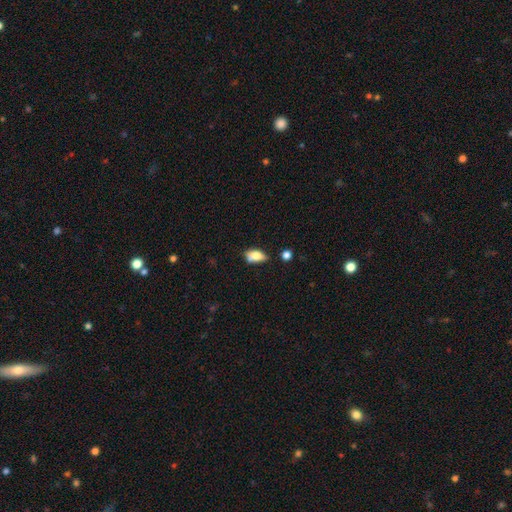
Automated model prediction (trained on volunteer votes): Morphology: type=smooth (72%); roundness=in between (86%); merging=none (51%).